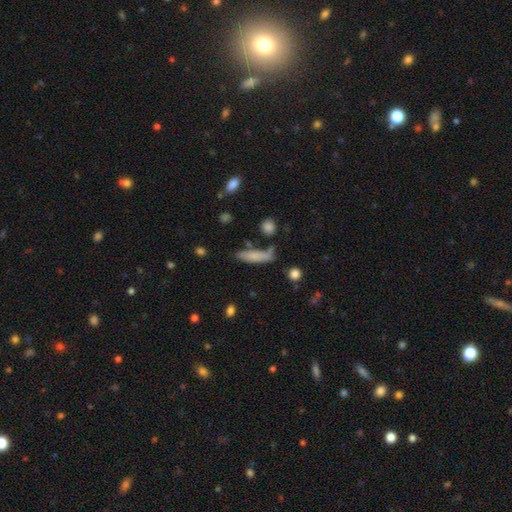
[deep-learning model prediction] A smooth galaxy with no disk features (76%) that is cigar-shaped (69%).

Vote fractions:
- Smooth or featured? smooth: 76% / featured or disk: 16% / star or artifact: 8%
- How rounded? cigar-shaped: 69% / in between: 28% / round: 3%
- Merging? none: 65% / minor disturbance: 20% / merger: 10% / major disturbance: 6%